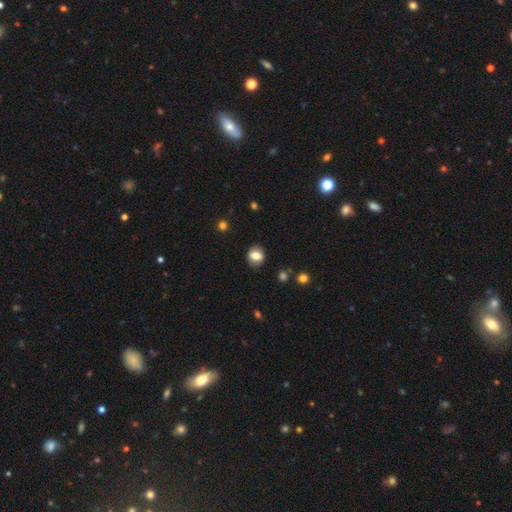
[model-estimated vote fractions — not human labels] A smooth galaxy with no disk features (74%) that is round (60%). Merging: none (84%).